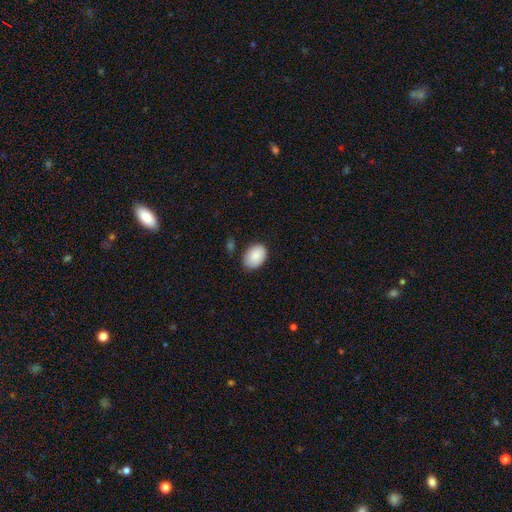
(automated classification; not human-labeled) Smooth or featured? Predicted: smooth (p=0.89). How rounded? Predicted: in between (p=0.82). Merging? Predicted: none (p=0.82).